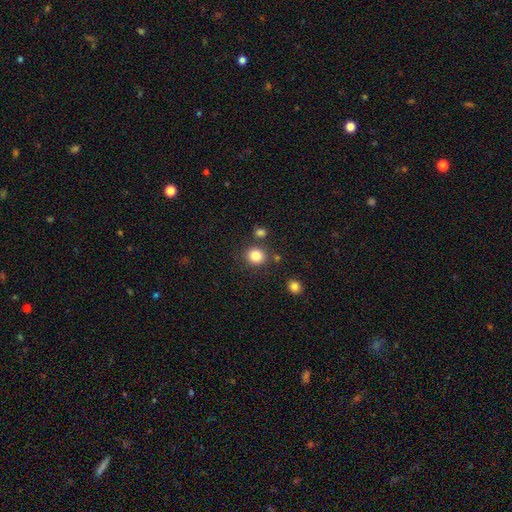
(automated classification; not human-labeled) smooth_or_featured: smooth (p=0.84) [alt: star or artifact p=0.11]
how_rounded: round (p=0.87) [alt: in between p=0.12]
merging: none (p=0.83) [alt: minor disturbance p=0.08]